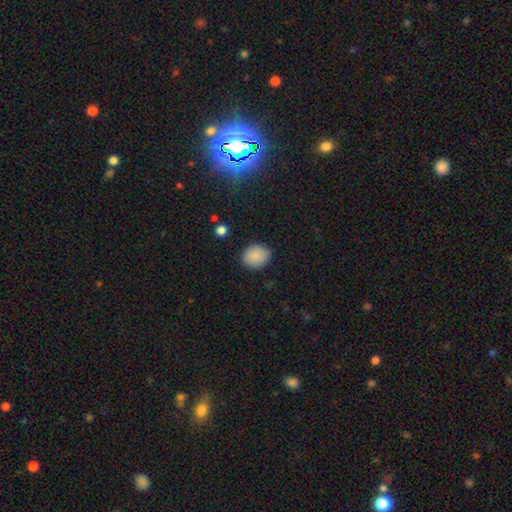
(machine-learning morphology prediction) smooth_or_featured: smooth (p=0.86) [alt: star or artifact p=0.08]
how_rounded: round (p=0.58) [alt: in between p=0.41]
merging: none (p=0.87) [alt: minor disturbance p=0.09]